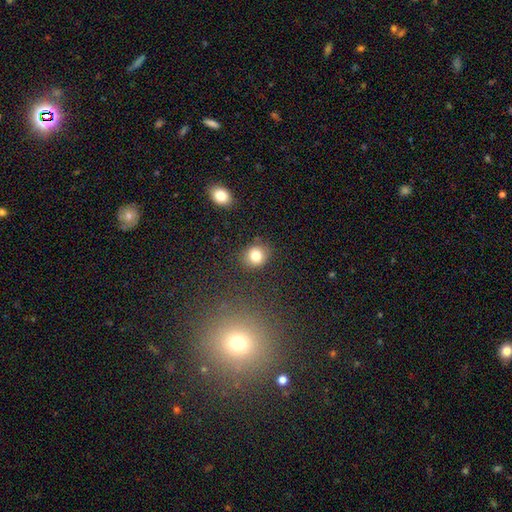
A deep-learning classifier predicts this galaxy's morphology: Smooth or featured? Predicted: smooth (p=0.82). How rounded? Predicted: round (p=0.76). Merging? Predicted: none (p=0.85).